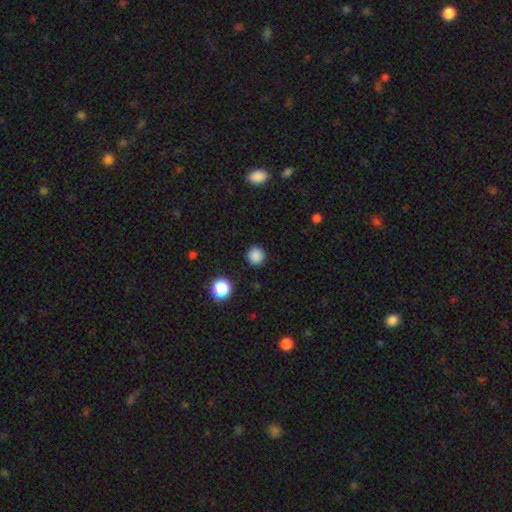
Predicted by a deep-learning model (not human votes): Smooth or featured? smooth (85%)
How rounded? round (95%)
Merging? none (91%)